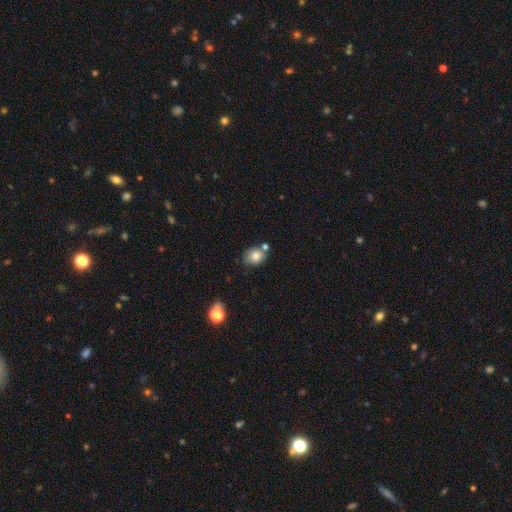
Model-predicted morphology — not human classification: Smooth or featured? smooth (77%)
How rounded? round (50%)
Merging? none (60%)